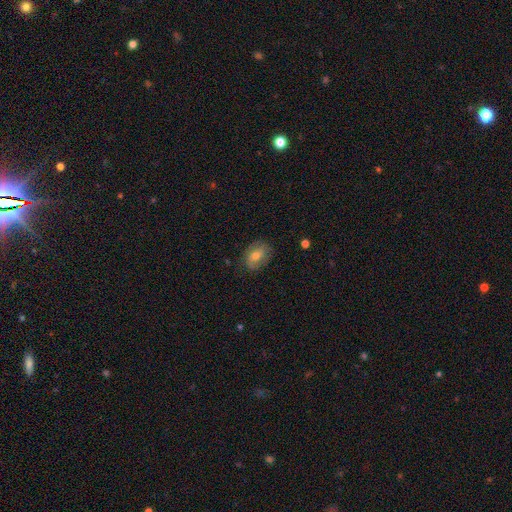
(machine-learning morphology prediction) Smooth or featured? Predicted: smooth (p=0.59). How rounded? Predicted: in between (p=0.74). Merging? Predicted: none (p=0.78).